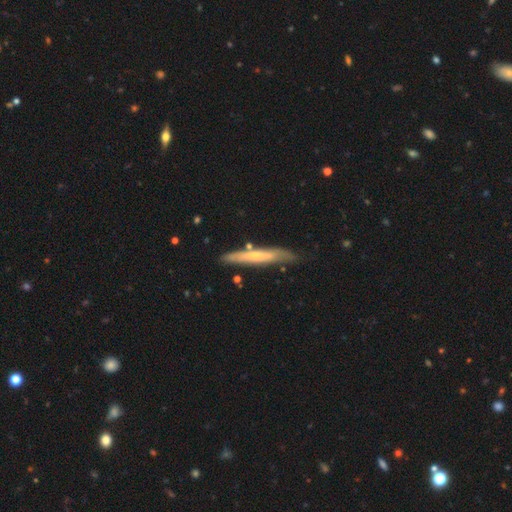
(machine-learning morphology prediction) This appears to be a featured or disk galaxy (50%) viewed edge-on (84%). Merging: none (76%).